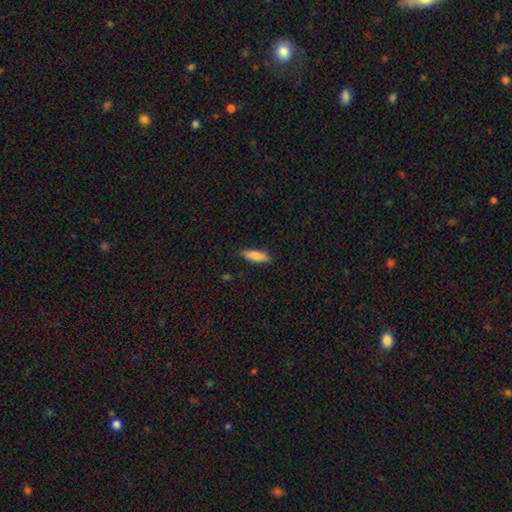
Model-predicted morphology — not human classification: This appears to be a smooth galaxy with no disk features (82%) that is in between round and cigar-shaped (51%). Merging: none (87%).